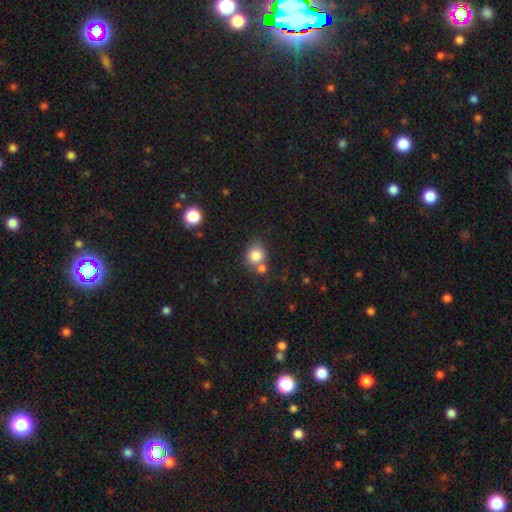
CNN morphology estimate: Overall: smooth (81%). How rounded: round (74%). Merging: none (53%; merger 30%).